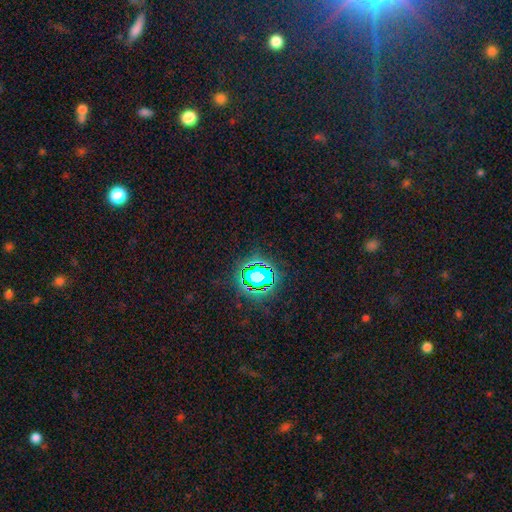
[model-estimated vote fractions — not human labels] Smooth or featured? Predicted: star or artifact (p=0.78).